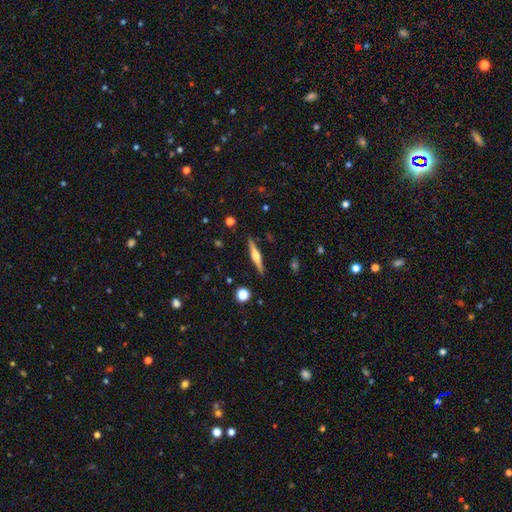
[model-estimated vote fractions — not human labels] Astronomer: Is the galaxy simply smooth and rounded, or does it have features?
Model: featured or disk — 65%.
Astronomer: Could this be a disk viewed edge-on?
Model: yes — 98%.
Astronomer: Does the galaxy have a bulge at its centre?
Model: rounded — 83%.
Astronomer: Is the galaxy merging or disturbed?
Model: none — 90%.